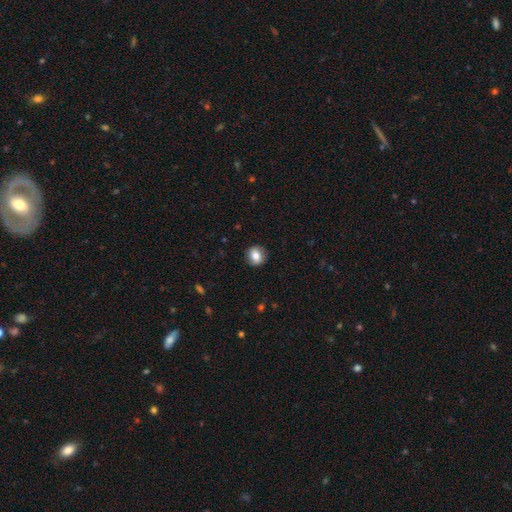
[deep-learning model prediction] Smooth or featured: smooth — 75% (featured or disk — 16%)
How rounded: round — 74% (in between — 25%)
Merging: none — 87% (minor disturbance — 9%)